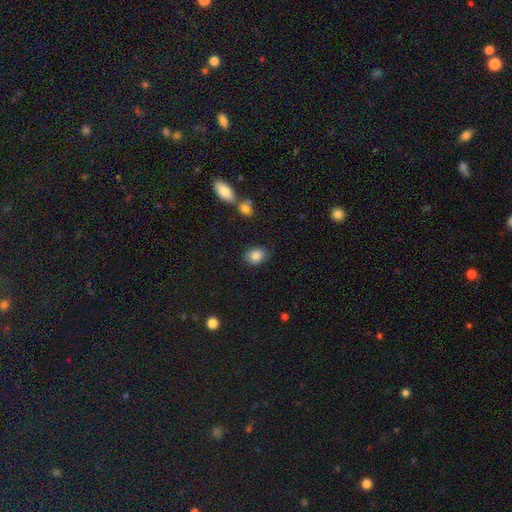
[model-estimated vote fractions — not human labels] Overall: smooth (86%). How rounded: in between (70%). Merging: none (79%).